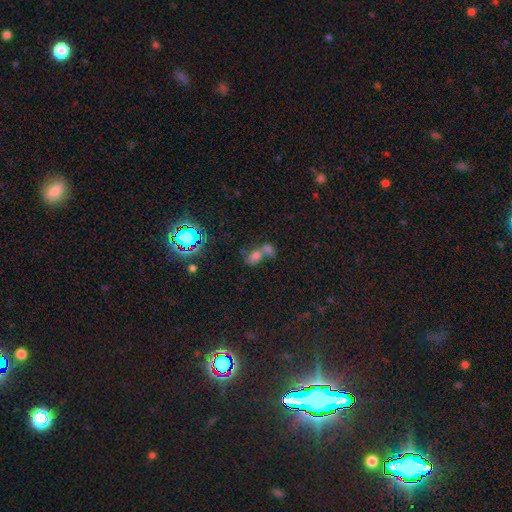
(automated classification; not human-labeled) Smooth or featured? smooth (56%)
How rounded? in between (72%)
Merging? merger (70%)